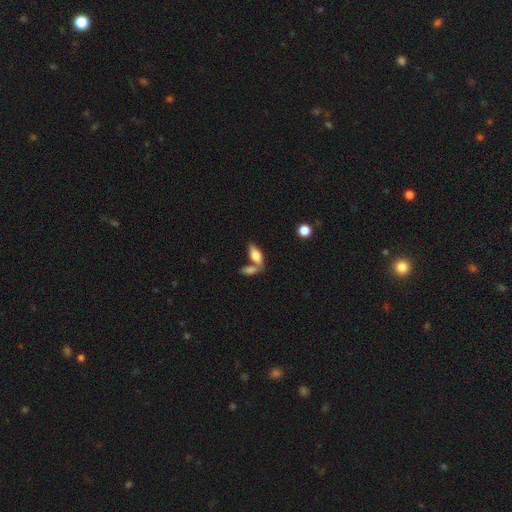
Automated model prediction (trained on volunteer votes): smooth 73%, featured or disk 20%, star or artifact 7%. Down the decision tree: how rounded — in between (83%); merging — none (46%).